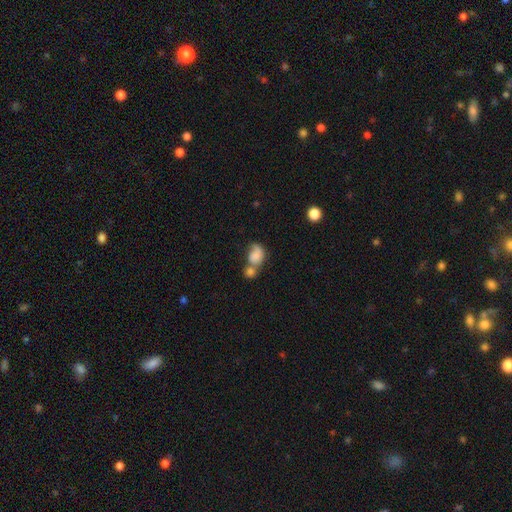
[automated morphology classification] This is likely a smooth galaxy (75%). How rounded: likely in between (64%). Merging: likely merger (63%).